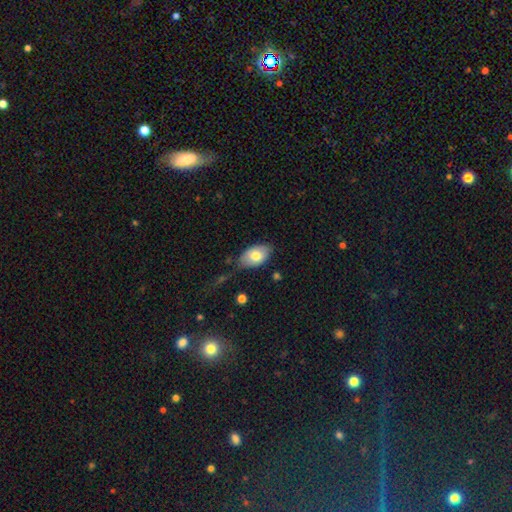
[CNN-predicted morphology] This appears to be a smooth galaxy with no disk features (74%) that is in between round and cigar-shaped (92%). Merging: none (71%).